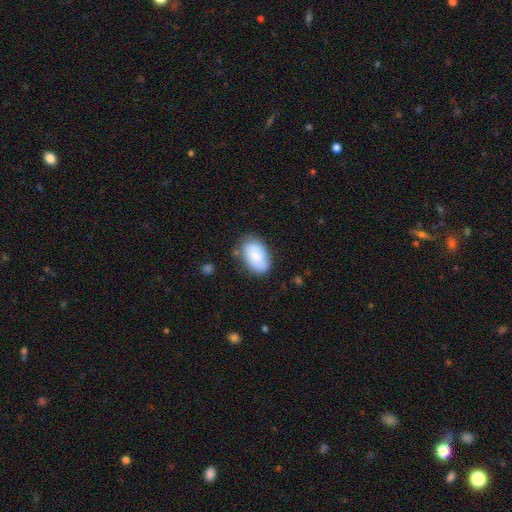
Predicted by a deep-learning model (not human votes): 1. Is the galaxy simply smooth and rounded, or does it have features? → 80% smooth, 13% featured or disk, 7% star or artifact.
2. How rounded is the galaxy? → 92% in between, 7% round, 1% cigar-shaped.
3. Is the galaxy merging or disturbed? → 69% none, 23% minor disturbance, 6% major disturbance, 3% merger.